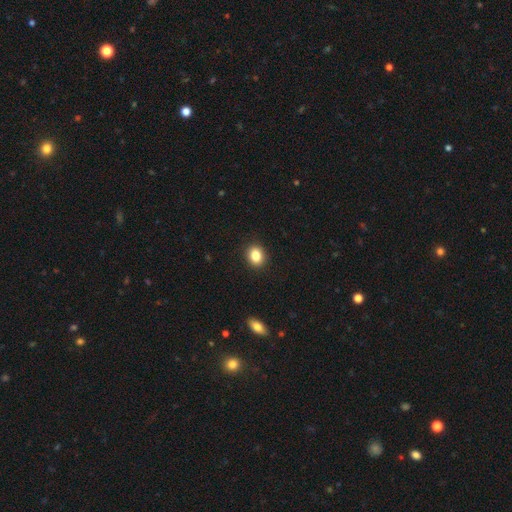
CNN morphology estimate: smooth_or_featured: smooth (p=0.85) [alt: star or artifact p=0.10]
how_rounded: round (p=0.61) [alt: in between p=0.38]
merging: none (p=0.91) [alt: minor disturbance p=0.06]